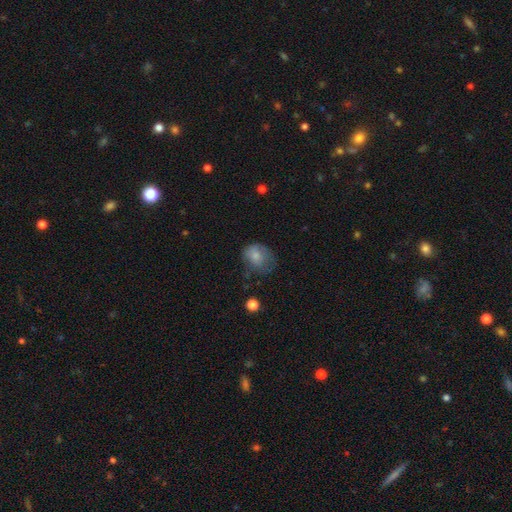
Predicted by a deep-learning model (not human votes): Overall: smooth (73%). How rounded: round (55%; in between 44%). Merging: none (41%; minor disturbance 32%).